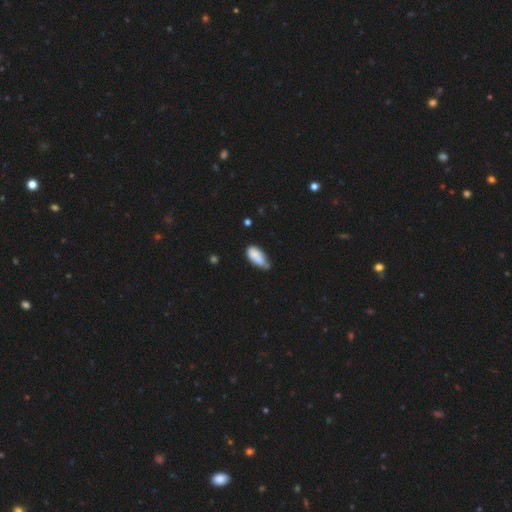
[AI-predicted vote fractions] Smooth or featured: smooth — 82% (featured or disk — 11%)
How rounded: in between — 88% (cigar-shaped — 10%)
Merging: minor disturbance — 44% (none — 40%)